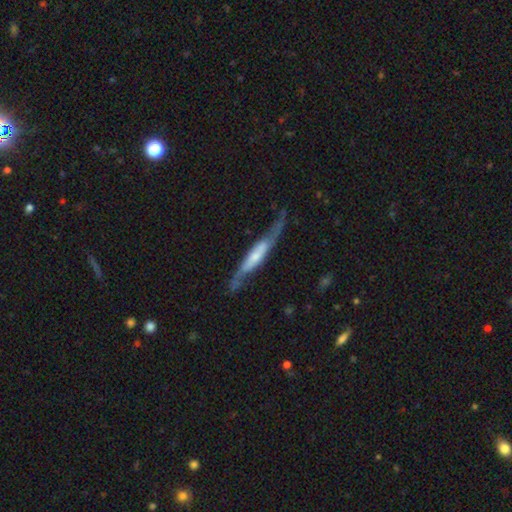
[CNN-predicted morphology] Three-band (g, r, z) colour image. It shows a featured or disk galaxy (68%) viewed edge-on (66%). Merging: none (59%).